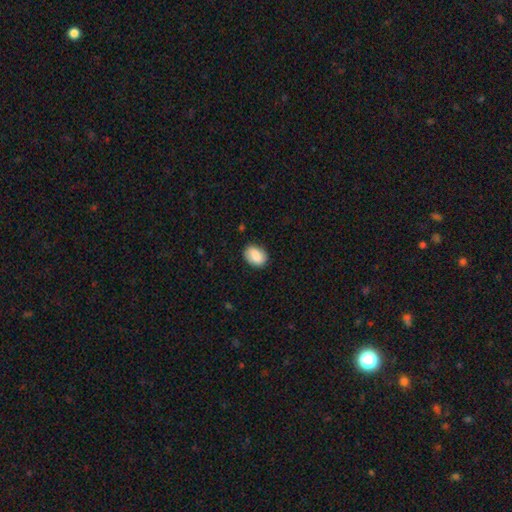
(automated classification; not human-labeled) This is clearly a smooth galaxy (86%). How rounded: likely in between (73%). Merging: clearly none (84%).